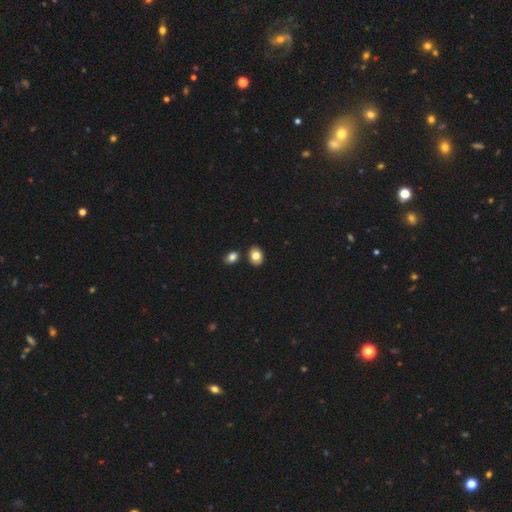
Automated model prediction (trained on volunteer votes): This is clearly a smooth galaxy (83%). How rounded: likely in between (69%). Merging: clearly none (82%).